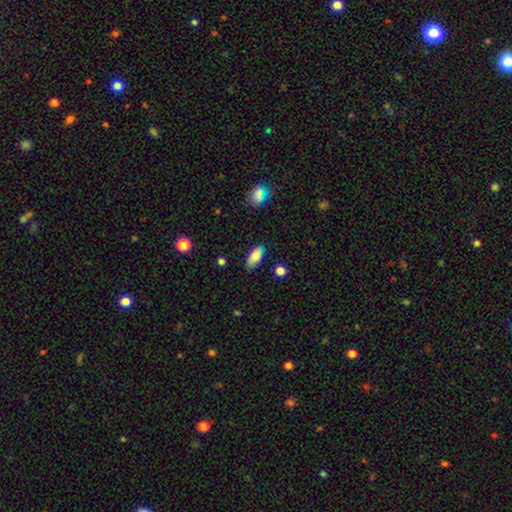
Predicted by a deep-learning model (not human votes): A smooth galaxy with no disk features (85%) that is in between round and cigar-shaped (88%). Merging: none (73%).